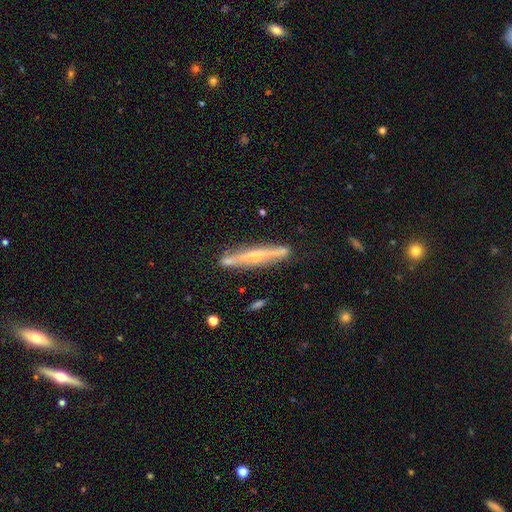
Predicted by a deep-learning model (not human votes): The model was most divided on "smooth or featured": featured or disk: 72%, smooth: 21%, star or artifact: 6%. More confident: edge-on disk — yes (94%); merging — none (80%); edge-on bulge — rounded (75%).